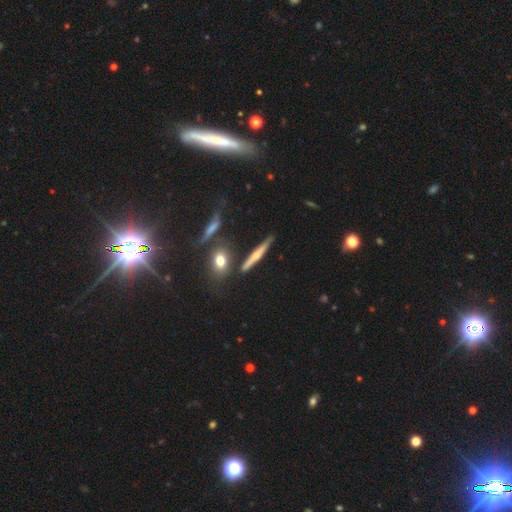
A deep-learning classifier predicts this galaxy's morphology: Q: Smooth or featured?
A: featured or disk (54%); runner-up: smooth (37%)
Q: Edge-on disk?
A: yes (93%); runner-up: no (7%)
Q: Edge-on bulge?
A: rounded (68%); runner-up: none (23%)
Q: Merging?
A: none (78%); runner-up: minor disturbance (12%)